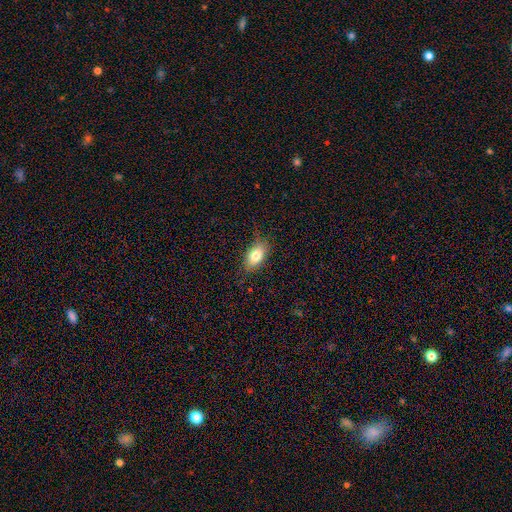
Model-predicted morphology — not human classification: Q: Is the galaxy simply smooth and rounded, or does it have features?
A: smooth — 81%.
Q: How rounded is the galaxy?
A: in between — 90%.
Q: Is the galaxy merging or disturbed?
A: none — 80%.